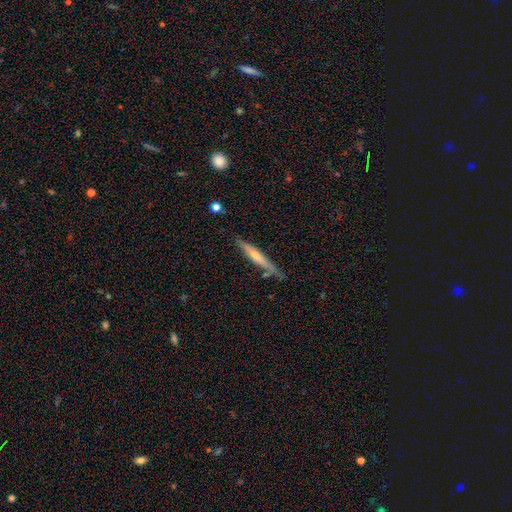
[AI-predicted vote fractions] Q: Smooth or featured?
A: featured or disk (54%); runner-up: smooth (40%)
Q: Edge-on disk?
A: yes (93%); runner-up: no (7%)
Q: Edge-on bulge?
A: rounded (53%); runner-up: none (40%)
Q: Merging?
A: none (79%); runner-up: minor disturbance (16%)